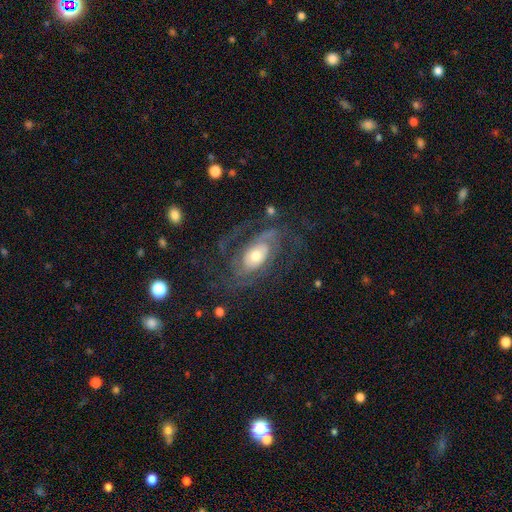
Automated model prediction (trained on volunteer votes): Morphology: type=featured or disk (85%); edge-on=no (95%); bar=no (69%); spiral arms=yes (92%); winding=tight (45%); arm count=2 (43%); bulge=moderate (62%); merging=none (64%).